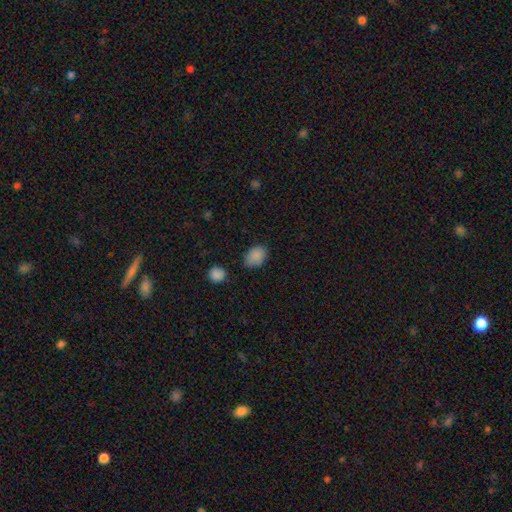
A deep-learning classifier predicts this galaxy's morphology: A smooth galaxy with no disk features (87%) that is in between round and cigar-shaped (76%).

Vote fractions:
- Smooth or featured? smooth: 87% / star or artifact: 9% / featured or disk: 4%
- How rounded? in between: 76% / round: 23% / cigar-shaped: 1%
- Merging? none: 71% / minor disturbance: 21% / major disturbance: 4% / merger: 4%